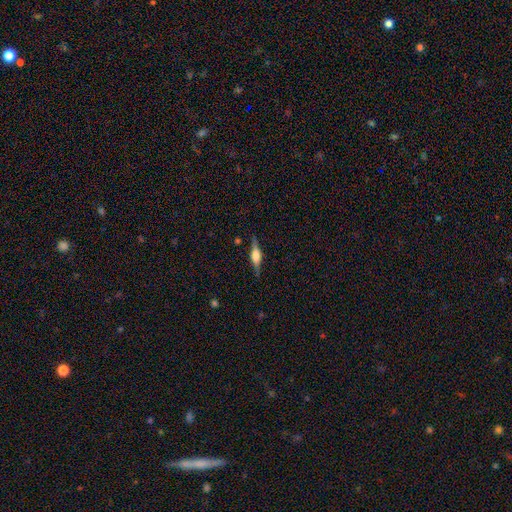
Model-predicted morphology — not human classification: Smooth or featured: featured or disk — 73% (smooth — 20%)
Edge-on disk: yes — 97% (no — 3%)
Edge-on bulge: rounded — 81% (boxy — 17%)
Merging: none — 87% (minor disturbance — 10%)